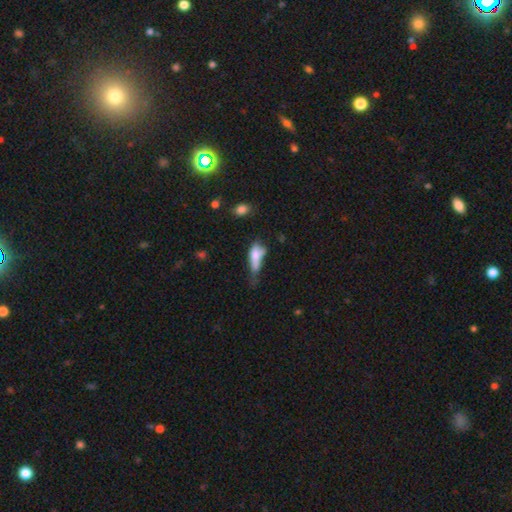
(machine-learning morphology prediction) This appears to be a smooth galaxy with no disk features (65%) that is in between round and cigar-shaped (55%). Merging: minor disturbance (31%).